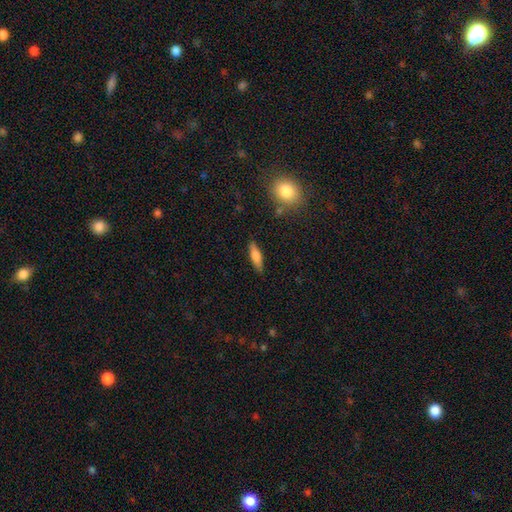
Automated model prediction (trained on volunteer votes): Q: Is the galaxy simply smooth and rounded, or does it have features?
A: smooth — 70%.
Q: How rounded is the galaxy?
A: cigar-shaped — 65%.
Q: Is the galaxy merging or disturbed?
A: none — 85%.